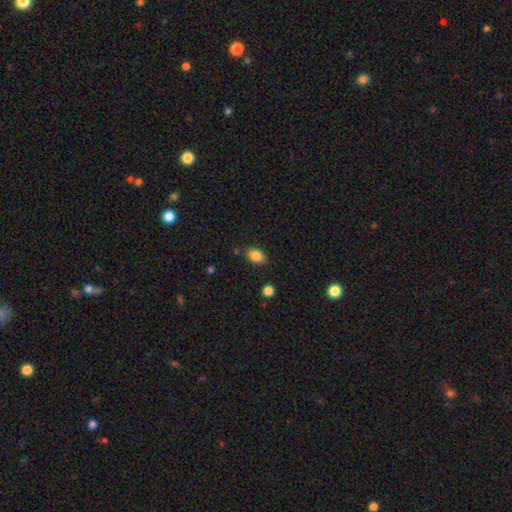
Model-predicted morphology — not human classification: type=smooth (85%); roundness=in between (83%); merging=none (79%).